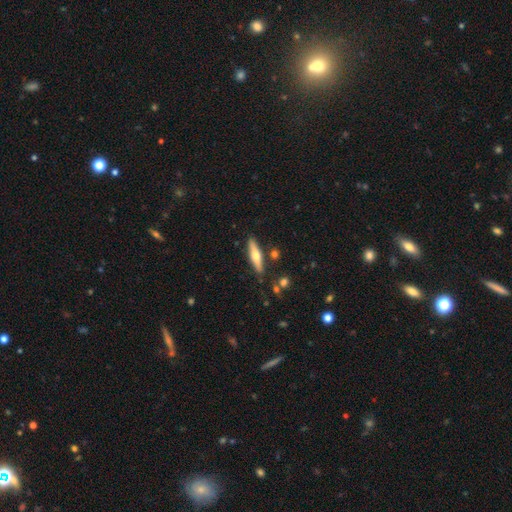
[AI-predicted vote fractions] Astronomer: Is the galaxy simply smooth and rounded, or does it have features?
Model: featured or disk — 47%, tied with smooth at 47%.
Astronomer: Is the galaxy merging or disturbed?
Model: none — 84%.